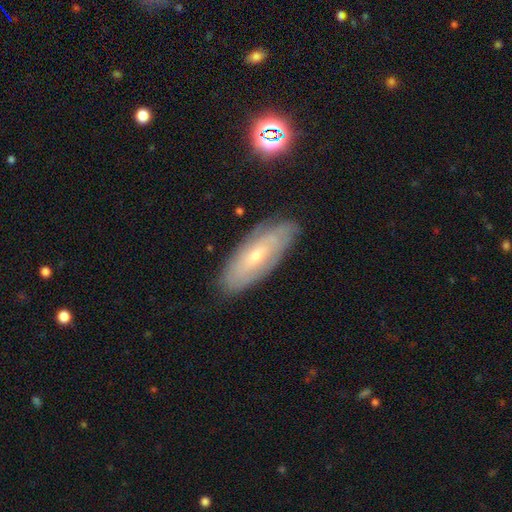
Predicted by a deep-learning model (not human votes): Smooth or featured?
  - featured or disk: 56% *
  - smooth: 36%
  - star or artifact: 8%
Edge-on disk?
  - no: 81% *
  - yes: 19%
Merging?
  - none: 79% *
  - minor disturbance: 16%
  - major disturbance: 4%
  - merger: 2%